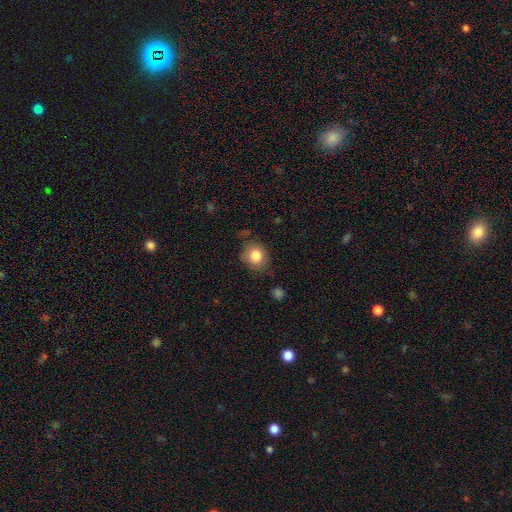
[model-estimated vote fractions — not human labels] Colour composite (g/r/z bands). It shows a smooth galaxy with no disk features (83%) that is round (72%). Merging: none (75%).